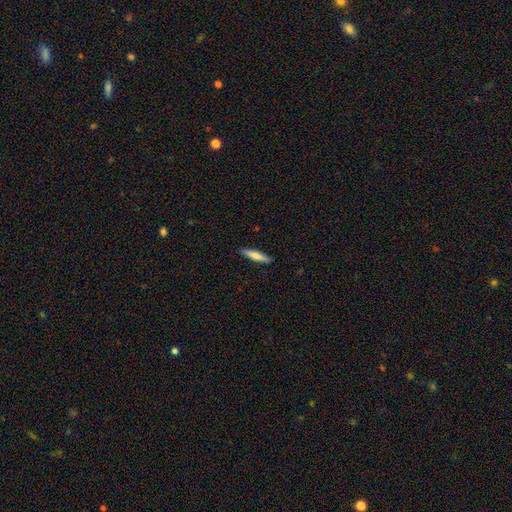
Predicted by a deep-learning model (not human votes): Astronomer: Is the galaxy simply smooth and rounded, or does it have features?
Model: smooth — 76%.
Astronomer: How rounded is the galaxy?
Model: cigar-shaped — 86%.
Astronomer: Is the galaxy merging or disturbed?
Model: none — 90%.